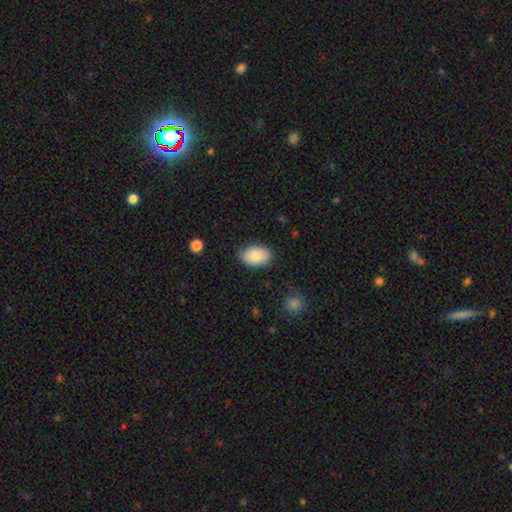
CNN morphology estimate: The model was most divided on "merging": none: 84%, minor disturbance: 12%, major disturbance: 3%, merger: 1%. More confident: how rounded — in between (89%); smooth or featured — smooth (84%).